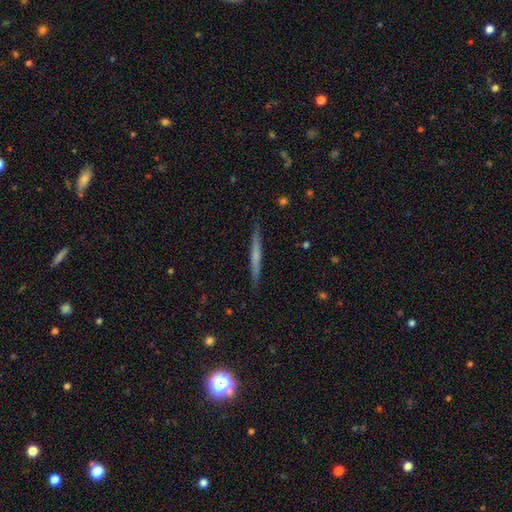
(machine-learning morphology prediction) Overall: smooth (47%; featured or disk 46%). Merging: none (90%).